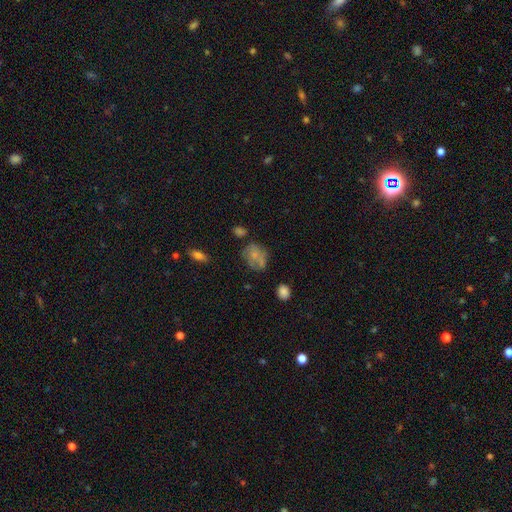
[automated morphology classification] This is likely a smooth galaxy (63%). How rounded: possibly in between (55%). Merging: possibly none (50%).